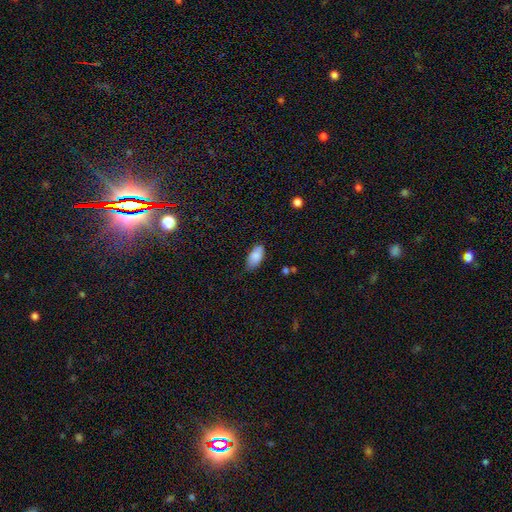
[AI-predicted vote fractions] Q: Smooth or featured?
A: smooth (88%); runner-up: star or artifact (7%)
Q: How rounded?
A: in between (93%); runner-up: cigar-shaped (5%)
Q: Merging?
A: none (72%); runner-up: minor disturbance (23%)